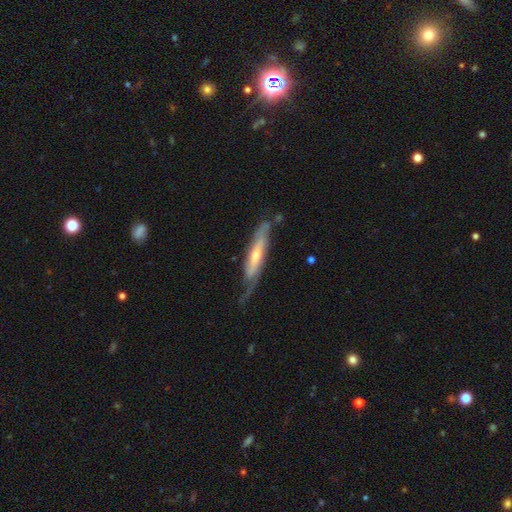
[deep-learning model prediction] A featured or disk galaxy (69%) viewed edge-on (50%, tied with no).

Vote fractions:
- Smooth or featured? featured or disk: 69% / smooth: 26% / star or artifact: 5%
- Edge-on disk? yes: 50% (tied) / no: 50% (tied)
- Merging? none: 53% / minor disturbance: 28% / major disturbance: 16% / merger: 3%